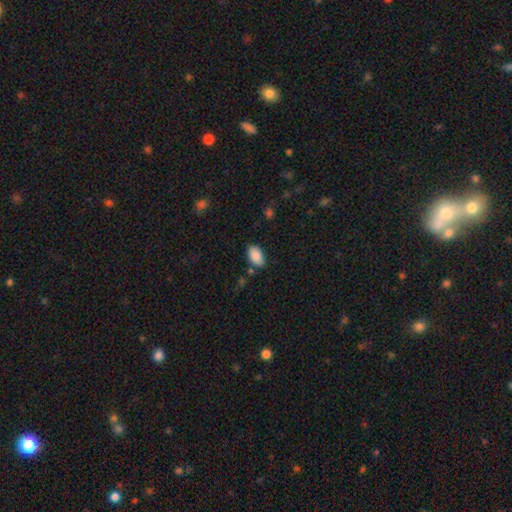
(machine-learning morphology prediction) Overall: smooth (89%). How rounded: in between (93%). Merging: none (79%).